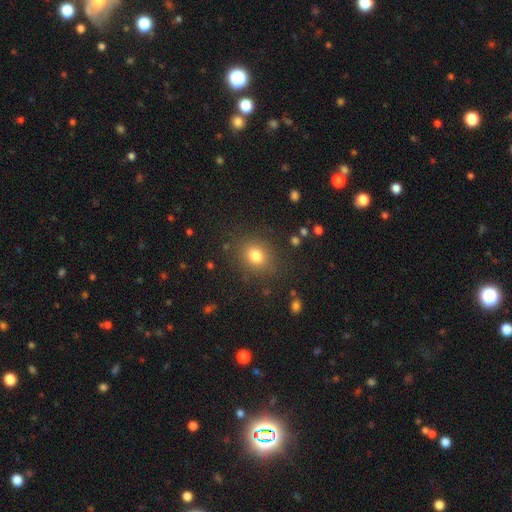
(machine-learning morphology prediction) This appears to be a smooth galaxy with no disk features (79%) that is round (65%). Merging: none (84%).